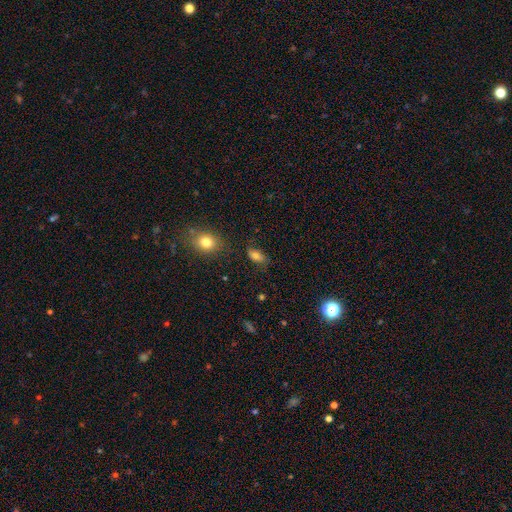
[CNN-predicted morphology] Smooth or featured? Predicted: smooth (p=0.77). How rounded? Predicted: in between (p=0.87). Merging? Predicted: none (p=0.75).